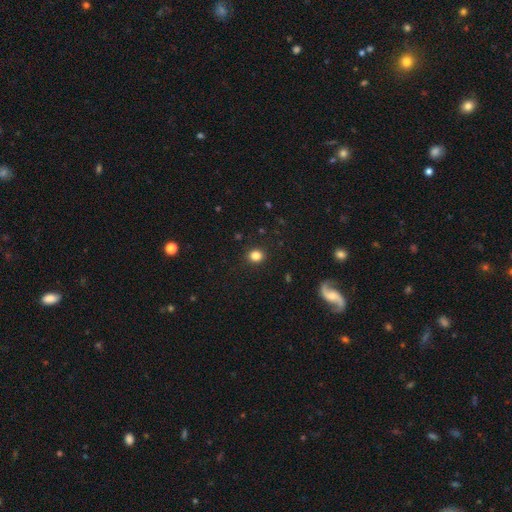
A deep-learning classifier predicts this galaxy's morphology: This appears to be a smooth galaxy with no disk features (84%) that is round (74%). Merging: none (91%).